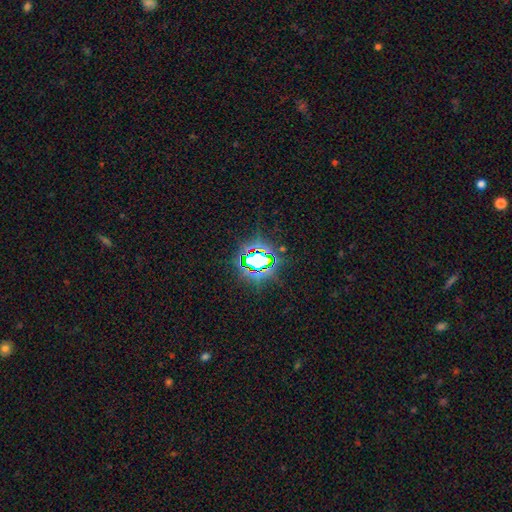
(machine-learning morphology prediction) A star or artifact, not a galaxy (79%).

Vote fractions:
- Smooth or featured? star or artifact: 79% / smooth: 13% / featured or disk: 8%